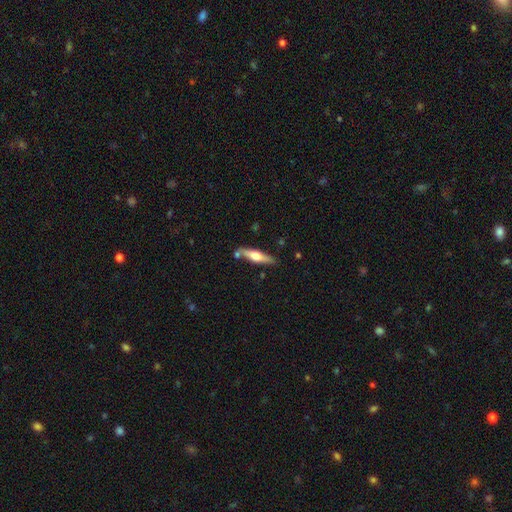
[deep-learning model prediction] featured or disk 55%, smooth 40%, star or artifact 5%. Down the decision tree: edge-on disk — yes (93%); edge-on bulge — rounded (91%); merging — none (77%).